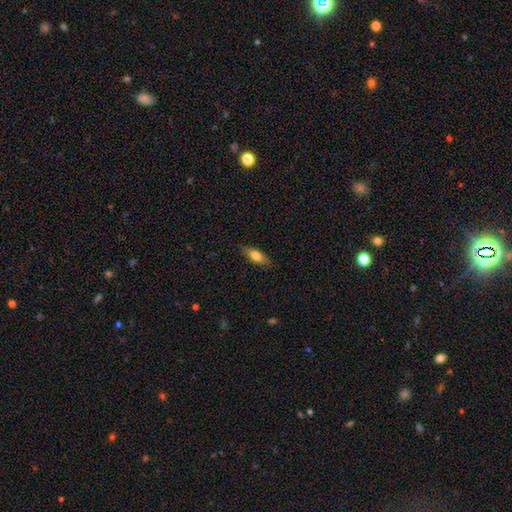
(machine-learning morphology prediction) Smooth or featured? smooth (72%)
How rounded? in between (68%)
Merging? none (82%)